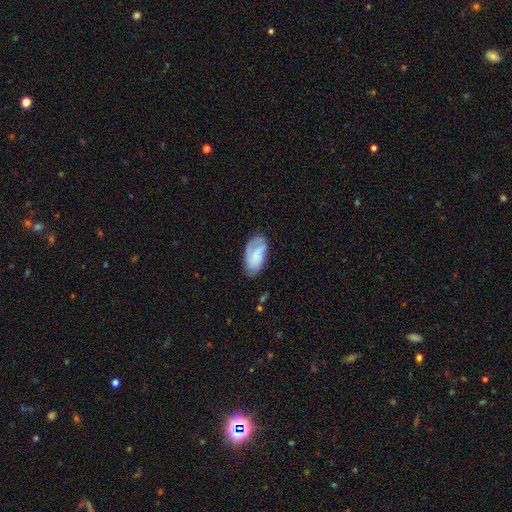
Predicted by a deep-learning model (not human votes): A smooth galaxy with no disk features (63%) that is in between round and cigar-shaped (93%). Merging: none (62%).